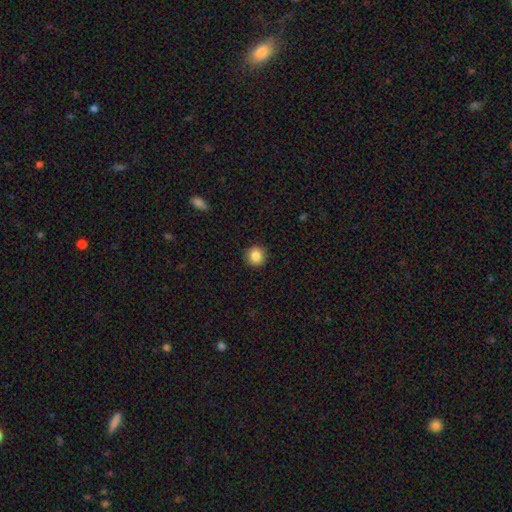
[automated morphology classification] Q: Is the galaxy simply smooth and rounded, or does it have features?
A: smooth — 86%.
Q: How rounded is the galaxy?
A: round — 93%.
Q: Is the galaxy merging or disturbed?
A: none — 92%.